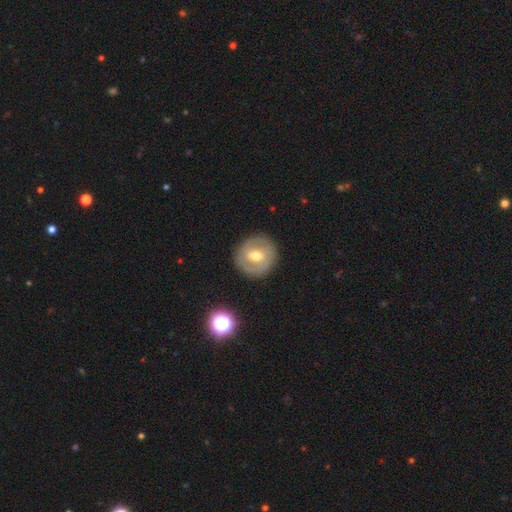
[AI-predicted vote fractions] Smooth or featured: featured or disk — 55% (smooth — 38%)
Edge-on disk: no — 95% (yes — 5%)
Bar: weak — 48% (no — 30%)
Spiral arms: no — 52% (yes — 48%)
Bulge size: moderate — 76% (small — 17%)
Merging: none — 87% (minor disturbance — 9%)